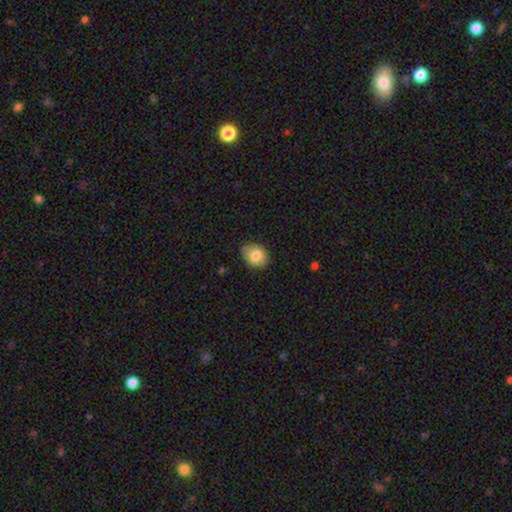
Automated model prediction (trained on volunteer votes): Smooth or featured?
  - smooth: 82% *
  - featured or disk: 10%
  - star or artifact: 8%
How rounded?
  - round: 52% *
  - in between: 47%
  - cigar-shaped: 1%
Merging?
  - none: 79% *
  - minor disturbance: 17%
  - major disturbance: 3%
  - merger: 1%